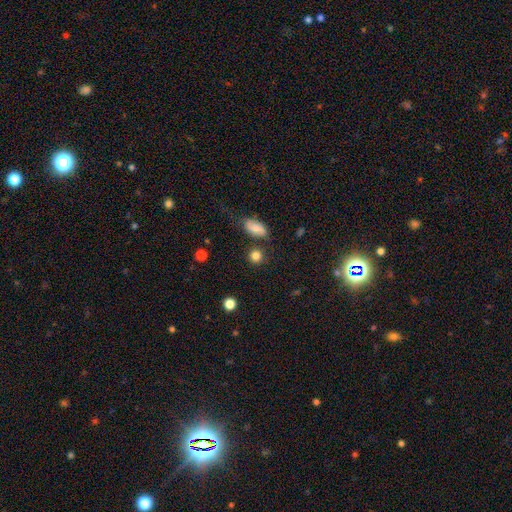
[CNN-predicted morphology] Smooth or featured? smooth (83%)
How rounded? round (85%)
Merging? none (78%)